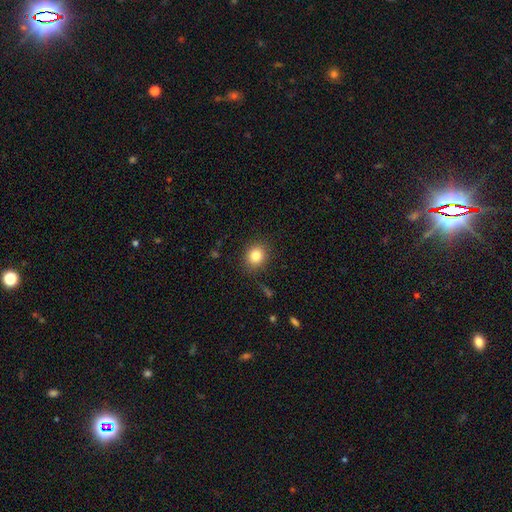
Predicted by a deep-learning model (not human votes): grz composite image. It shows a smooth galaxy with no disk features (82%) that is round (75%). Merging: none (87%).